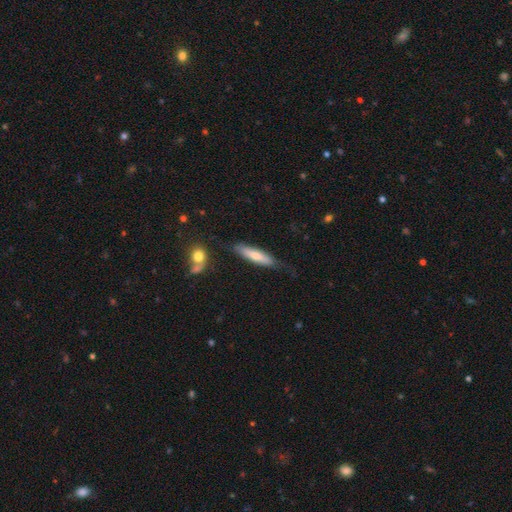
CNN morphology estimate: type=smooth (64%); roundness=cigar-shaped (78%); merging=none (69%).